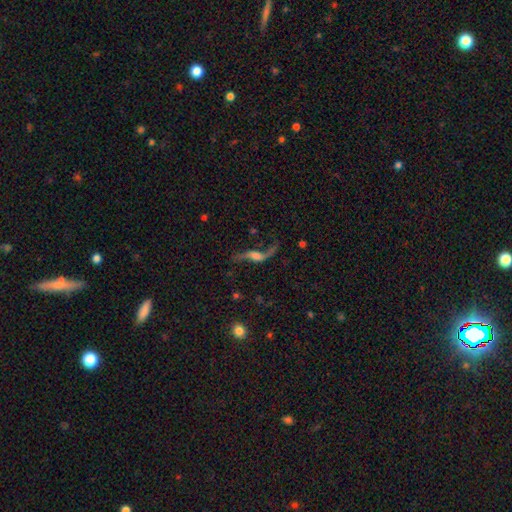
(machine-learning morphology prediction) A featured or disk galaxy (80%) with no bar (49%), 2 (90%) loose (94%) spiral arms (92%) and a moderate central bulge (28%). Merging: none (61%).